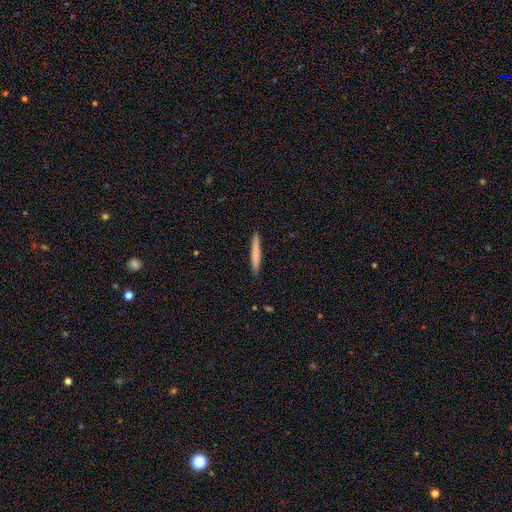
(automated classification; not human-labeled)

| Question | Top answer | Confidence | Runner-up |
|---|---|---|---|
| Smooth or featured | smooth | 73% | featured or disk (21%) |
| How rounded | cigar-shaped | 96% | in between (2%) |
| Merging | none | 92% | minor disturbance (6%) |